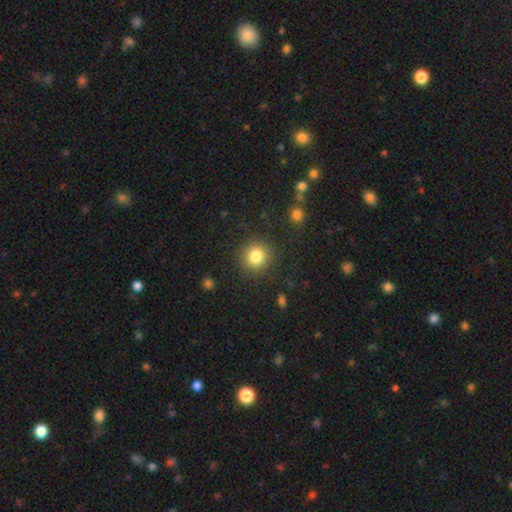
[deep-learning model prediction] A smooth galaxy with no disk features (82%) that is round (91%). Merging: none (88%).